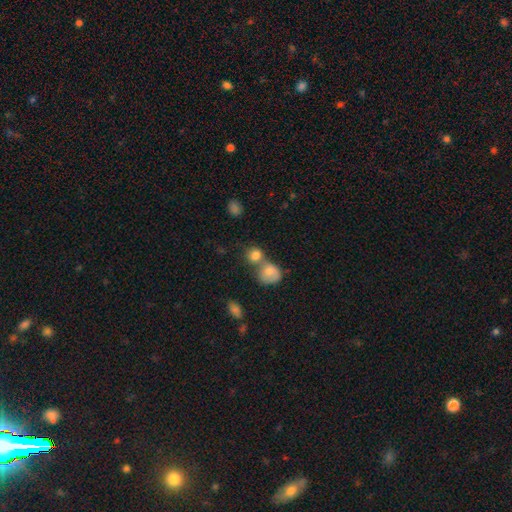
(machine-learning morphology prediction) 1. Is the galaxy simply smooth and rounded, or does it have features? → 80% smooth, 10% star or artifact, 10% featured or disk.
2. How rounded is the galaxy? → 76% round, 23% in between, 1% cigar-shaped.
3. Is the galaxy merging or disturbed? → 48% merger, 40% none, 8% minor disturbance, 4% major disturbance.